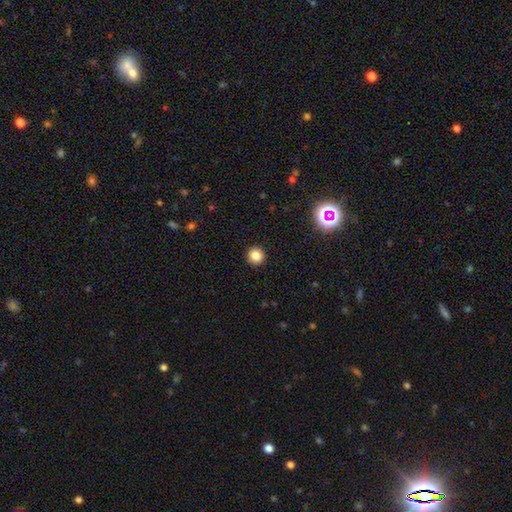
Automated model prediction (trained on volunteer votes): This is clearly a smooth galaxy (84%). How rounded: clearly round (94%). Merging: clearly none (93%).